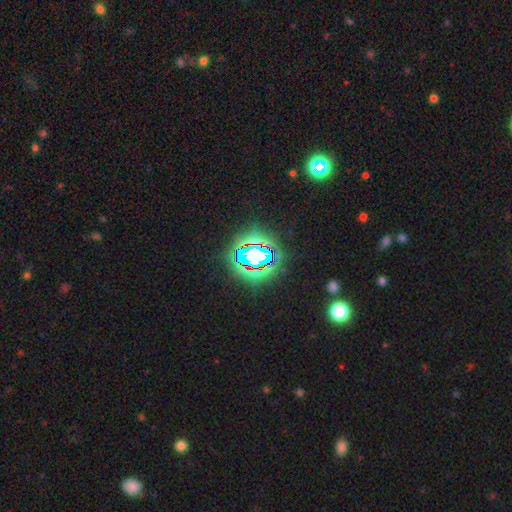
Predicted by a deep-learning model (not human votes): Smooth or featured?
  - star or artifact: 68% *
  - smooth: 19%
  - featured or disk: 12%